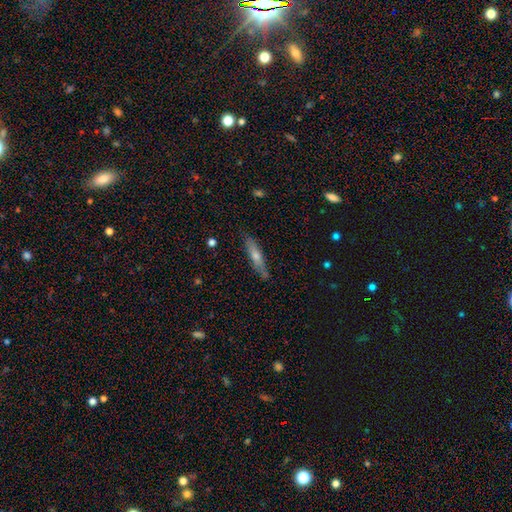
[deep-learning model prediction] Q: Smooth or featured?
A: featured or disk (48%); runner-up: smooth (45%)
Q: Merging?
A: none (83%); runner-up: minor disturbance (13%)